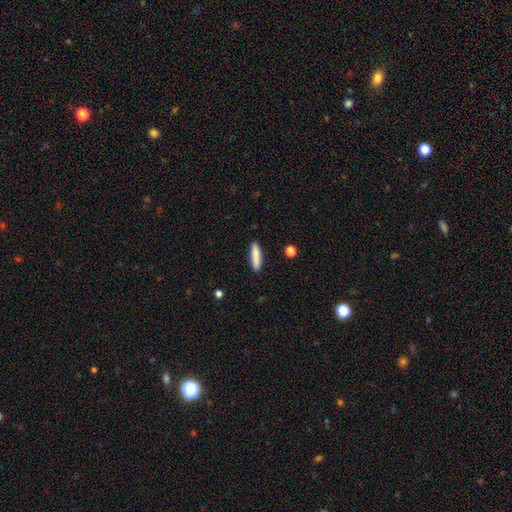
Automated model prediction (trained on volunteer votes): Smooth or featured?
  - smooth: 80% *
  - featured or disk: 14%
  - star or artifact: 6%
How rounded?
  - cigar-shaped: 74% *
  - in between: 24%
  - round: 2%
Merging?
  - none: 87% *
  - minor disturbance: 9%
  - merger: 2%
  - major disturbance: 2%